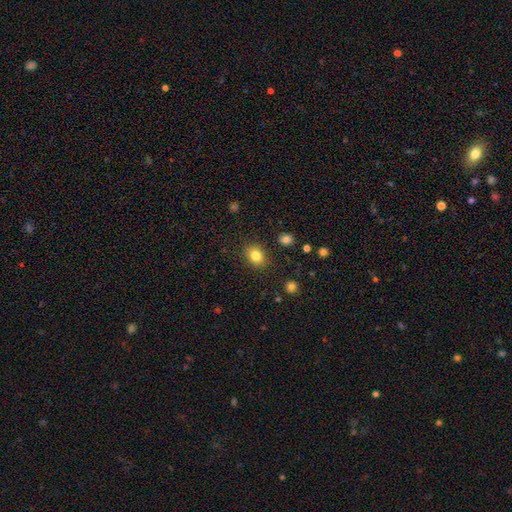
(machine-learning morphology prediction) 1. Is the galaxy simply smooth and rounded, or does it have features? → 83% smooth, 10% star or artifact, 7% featured or disk.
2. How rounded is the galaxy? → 52% round, 47% in between, 1% cigar-shaped.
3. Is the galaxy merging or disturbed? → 87% none, 9% minor disturbance, 3% major disturbance, 2% merger.